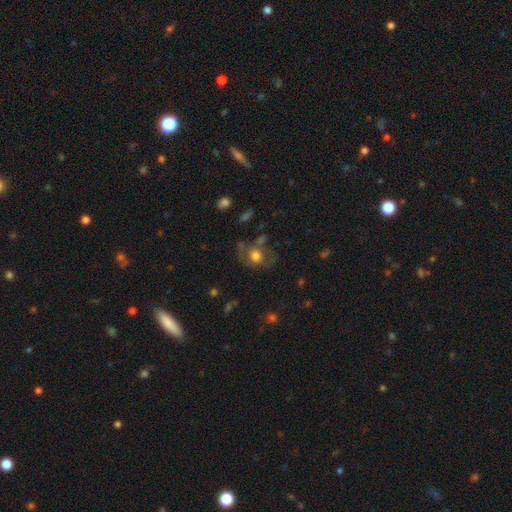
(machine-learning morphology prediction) Q: Smooth or featured?
A: smooth (60%); runner-up: featured or disk (29%)
Q: How rounded?
A: round (68%); runner-up: in between (30%)
Q: Merging?
A: none (51%); runner-up: minor disturbance (21%)